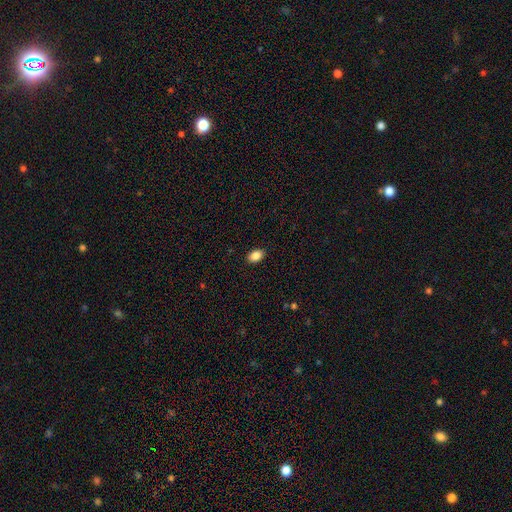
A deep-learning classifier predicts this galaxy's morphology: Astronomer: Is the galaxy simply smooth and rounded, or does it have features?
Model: smooth — 87%.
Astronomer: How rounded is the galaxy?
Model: in between — 86%.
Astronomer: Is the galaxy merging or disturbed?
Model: none — 89%.